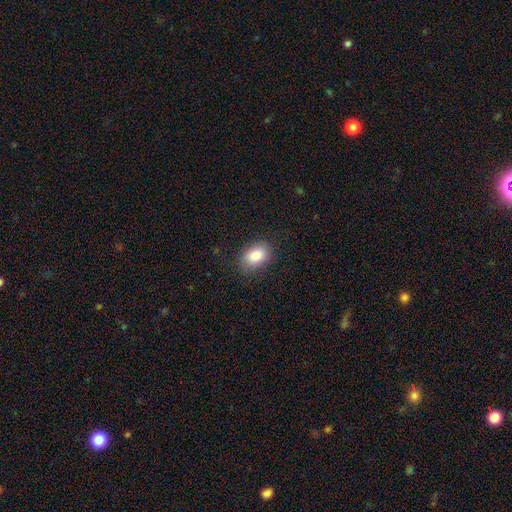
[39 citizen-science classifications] Smooth or featured? 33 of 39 (85%) said smooth. How rounded? 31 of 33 (94%) said in between. Merging? 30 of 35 (86%) said none.